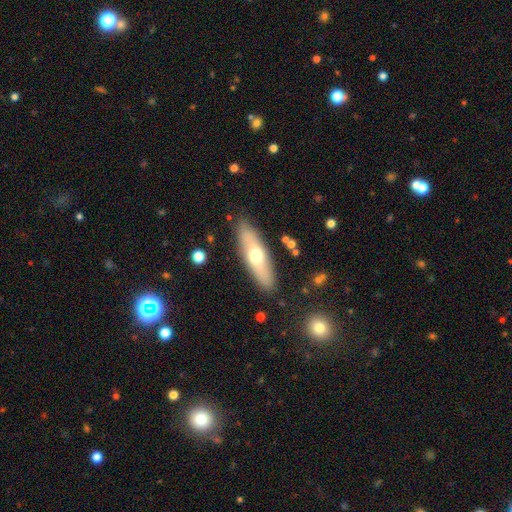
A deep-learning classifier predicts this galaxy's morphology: A smooth galaxy with no disk features (57%) that is cigar-shaped (51%).

Vote fractions:
- Smooth or featured? smooth: 57% / featured or disk: 38% / star or artifact: 6%
- How rounded? cigar-shaped: 51% / in between: 46% / round: 2%
- Merging? none: 86% / minor disturbance: 10% / major disturbance: 2% / merger: 2%